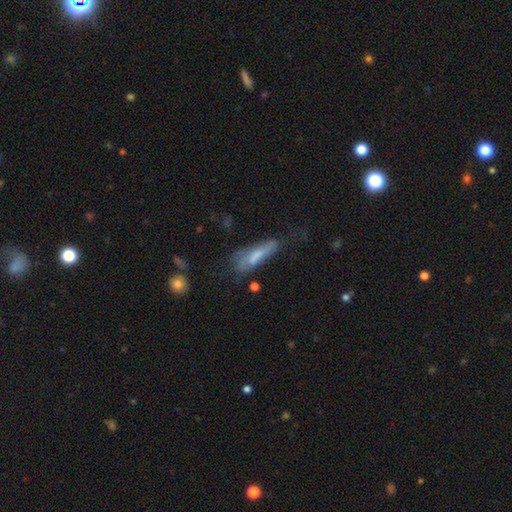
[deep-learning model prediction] This is possibly a smooth galaxy (58%). How rounded: likely cigar-shaped (60%). Merging: marginally none (38%).